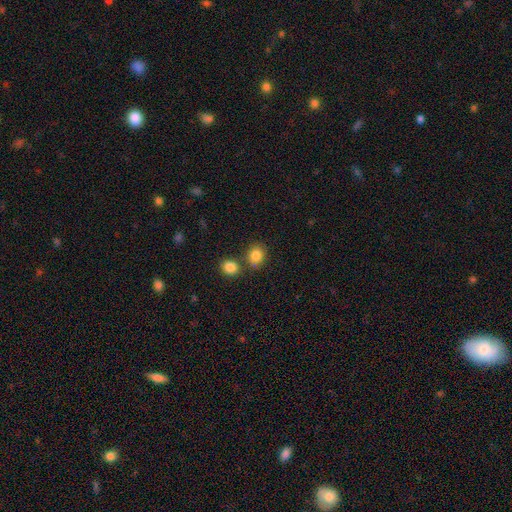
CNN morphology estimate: Overall: smooth (84%). How rounded: round (64%; in between 35%). Merging: none (67%).